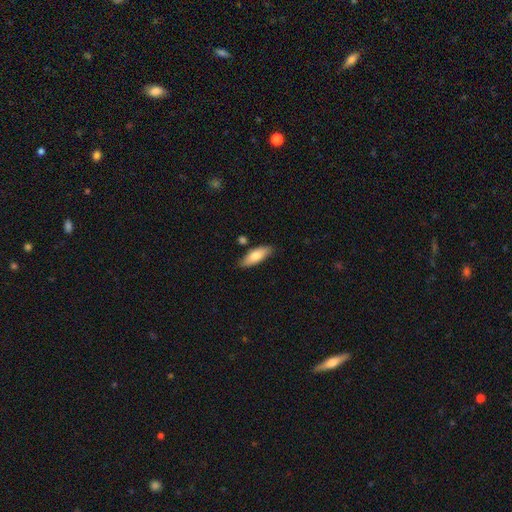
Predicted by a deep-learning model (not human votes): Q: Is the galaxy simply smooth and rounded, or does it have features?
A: smooth — 76%.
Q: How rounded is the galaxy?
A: in between — 64%.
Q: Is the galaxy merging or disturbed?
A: none — 81%.